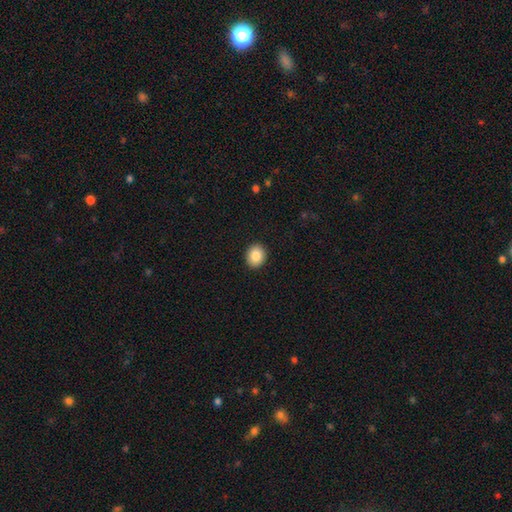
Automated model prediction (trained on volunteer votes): Q: Smooth or featured?
A: smooth (86%); runner-up: star or artifact (8%)
Q: How rounded?
A: round (69%); runner-up: in between (30%)
Q: Merging?
A: none (92%); runner-up: minor disturbance (5%)